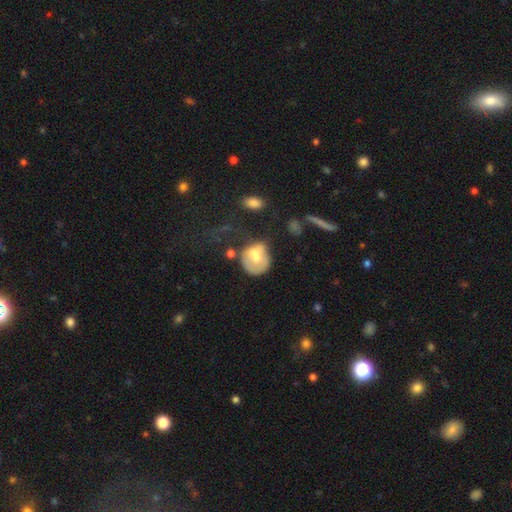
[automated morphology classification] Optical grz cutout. It shows a smooth galaxy with no disk features (55%) that is round (68%). Merging: none (33%).